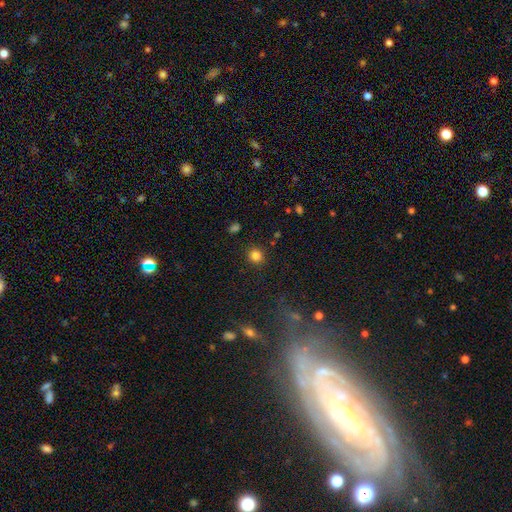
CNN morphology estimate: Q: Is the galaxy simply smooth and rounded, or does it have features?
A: smooth — 83%.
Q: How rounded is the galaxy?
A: round — 89%.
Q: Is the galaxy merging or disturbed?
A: none — 90%.